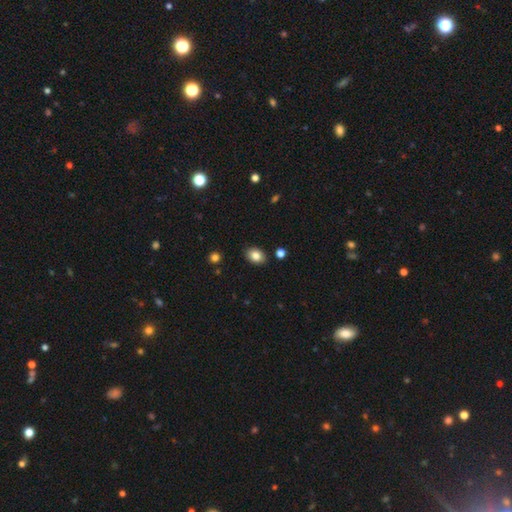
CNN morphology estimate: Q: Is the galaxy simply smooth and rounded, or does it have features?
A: smooth — 83%.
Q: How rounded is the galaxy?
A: in between — 74%.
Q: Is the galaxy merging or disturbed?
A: none — 87%.